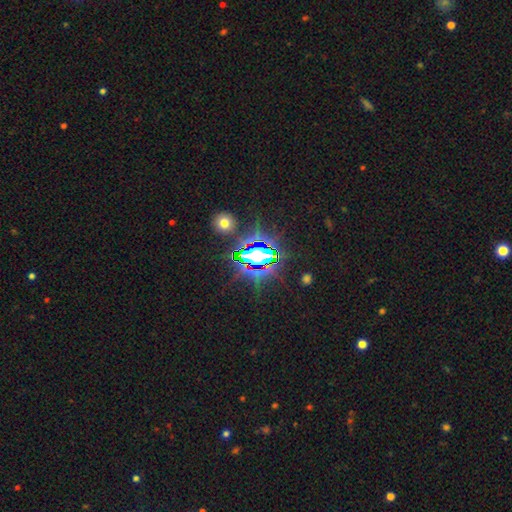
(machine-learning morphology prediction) Smooth or featured: star or artifact — 77% (smooth — 13%)